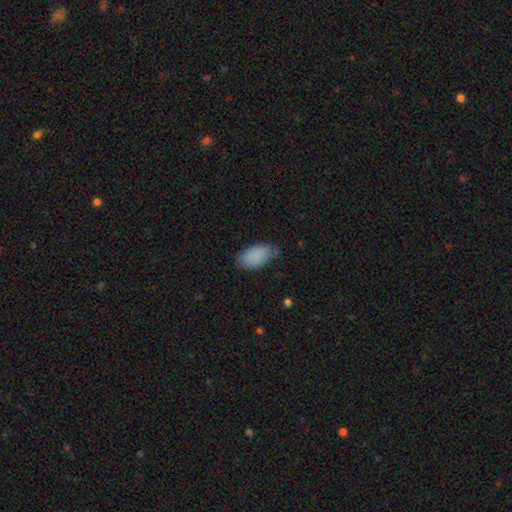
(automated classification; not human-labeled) The model was most divided on "merging": none: 65%, minor disturbance: 28%, major disturbance: 6%, merger: 1%. More confident: how rounded — in between (94%); smooth or featured — smooth (87%).